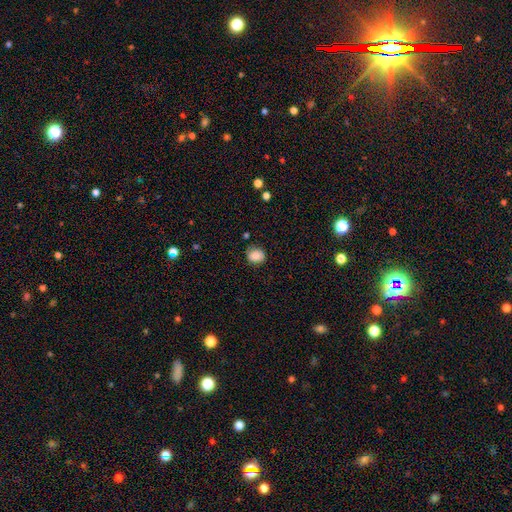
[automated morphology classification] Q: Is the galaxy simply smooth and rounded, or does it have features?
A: smooth — 82%.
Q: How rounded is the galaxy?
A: round — 72%.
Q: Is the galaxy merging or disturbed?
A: none — 78%.